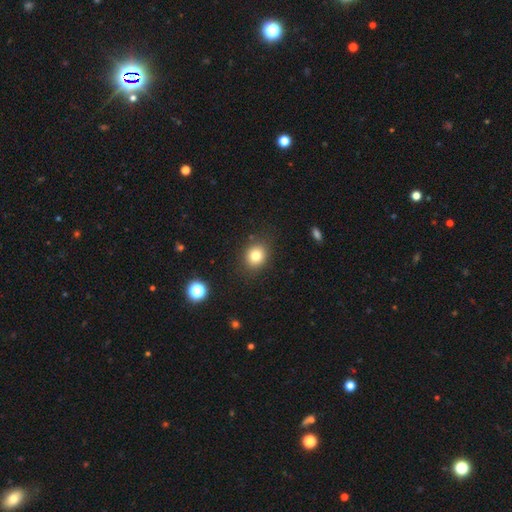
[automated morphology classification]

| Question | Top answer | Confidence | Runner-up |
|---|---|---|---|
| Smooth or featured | smooth | 81% | star or artifact (12%) |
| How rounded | round | 71% | in between (28%) |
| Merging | none | 86% | minor disturbance (10%) |